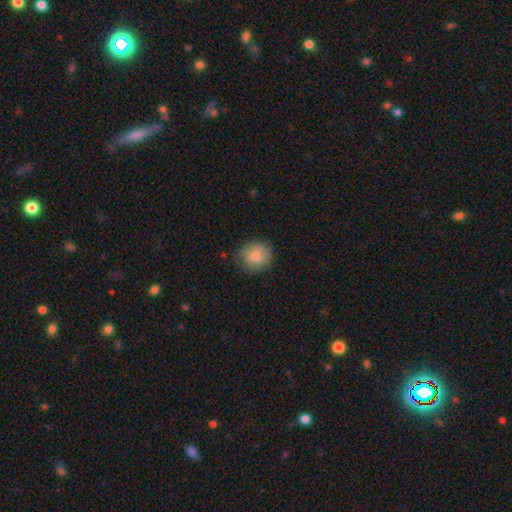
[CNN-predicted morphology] Smooth or featured: smooth — 83% (featured or disk — 9%)
How rounded: round — 91% (in between — 8%)
Merging: none — 82% (minor disturbance — 14%)